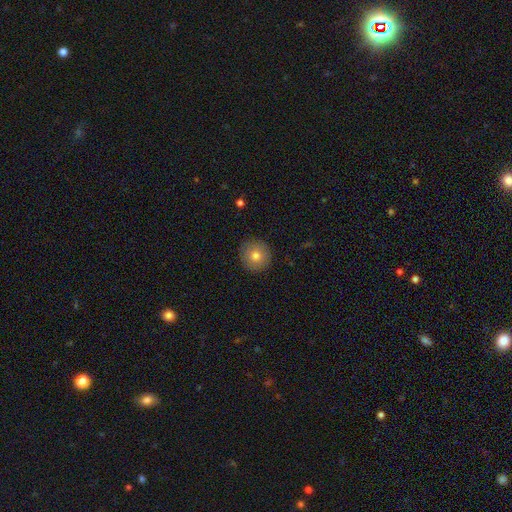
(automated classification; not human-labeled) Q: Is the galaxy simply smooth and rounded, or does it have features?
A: smooth — 76%.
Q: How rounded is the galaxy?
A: round — 95%.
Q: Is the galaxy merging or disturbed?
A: none — 90%.